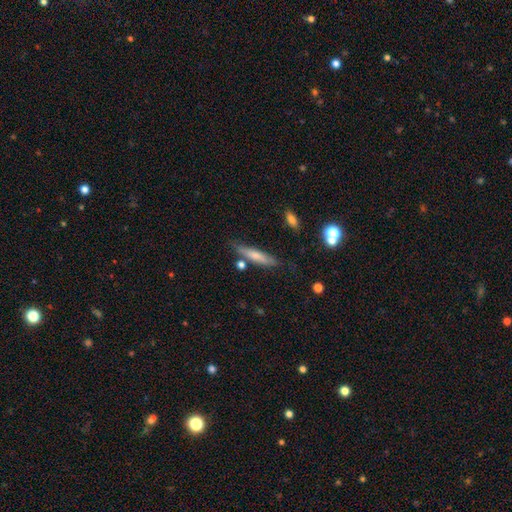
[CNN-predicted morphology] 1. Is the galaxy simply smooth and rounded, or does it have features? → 66% smooth, 27% featured or disk, 7% star or artifact.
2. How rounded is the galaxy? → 82% cigar-shaped, 16% in between, 2% round.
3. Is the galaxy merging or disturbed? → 73% none, 17% minor disturbance, 7% merger, 4% major disturbance.